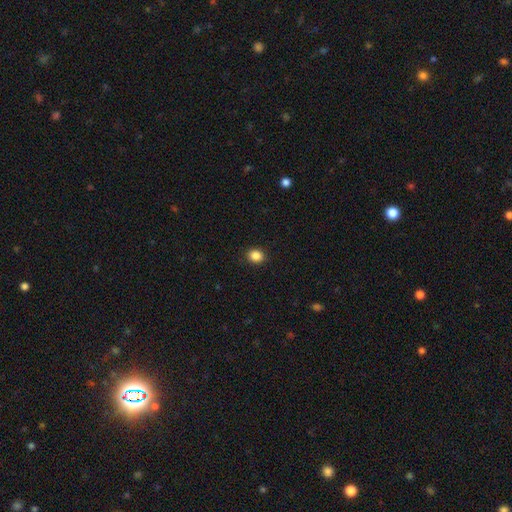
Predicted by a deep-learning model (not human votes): This appears to be a smooth galaxy with no disk features (86%) that is round (73%). Merging: none (91%).